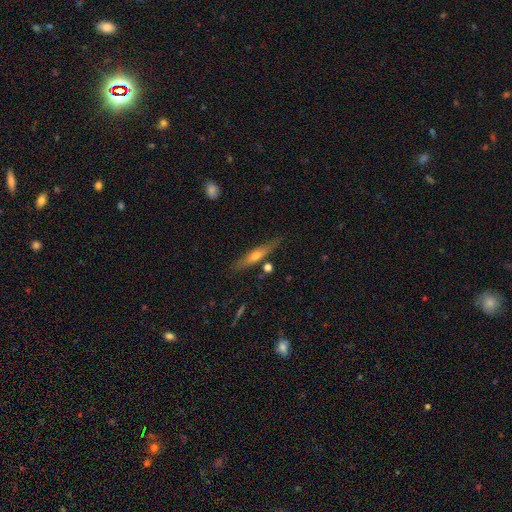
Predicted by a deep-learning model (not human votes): Overall: featured or disk (55%; smooth 37%). Edge-on disk: yes (90%). Merging: none (80%).